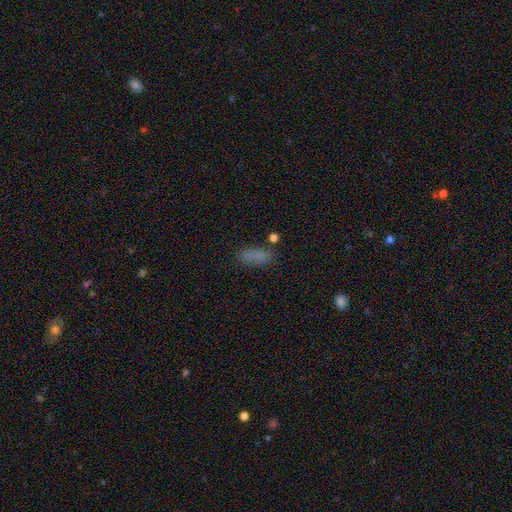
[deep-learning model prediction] Smooth or featured: smooth — 78% (star or artifact — 14%)
How rounded: in between — 66% (cigar-shaped — 29%)
Merging: none — 71% (minor disturbance — 17%)